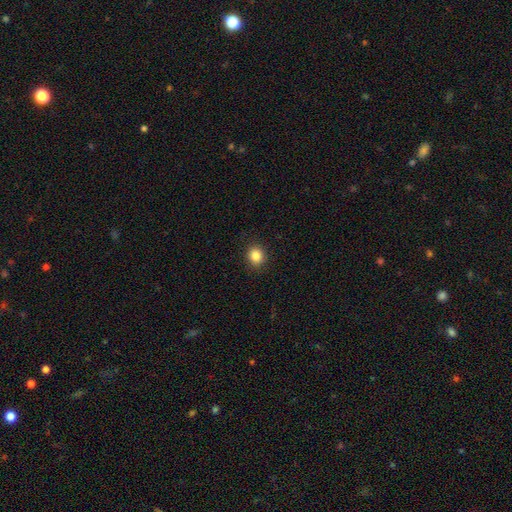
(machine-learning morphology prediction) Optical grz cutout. It shows a smooth galaxy with no disk features (85%) that is round (75%). Merging: none (91%).